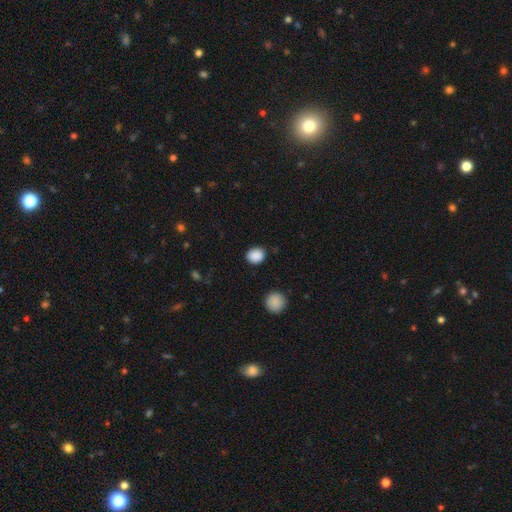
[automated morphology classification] Smooth or featured: smooth — 88% (star or artifact — 9%)
How rounded: round — 68% (in between — 31%)
Merging: none — 87% (minor disturbance — 9%)